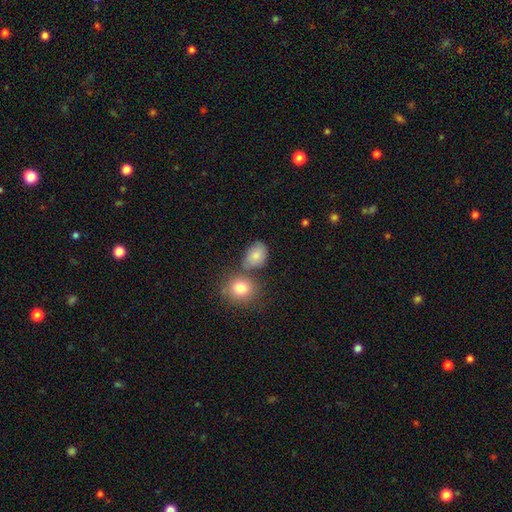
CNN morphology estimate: Q: Smooth or featured?
A: smooth (79%); runner-up: featured or disk (12%)
Q: How rounded?
A: in between (71%); runner-up: round (28%)
Q: Merging?
A: none (55%); runner-up: merger (19%)